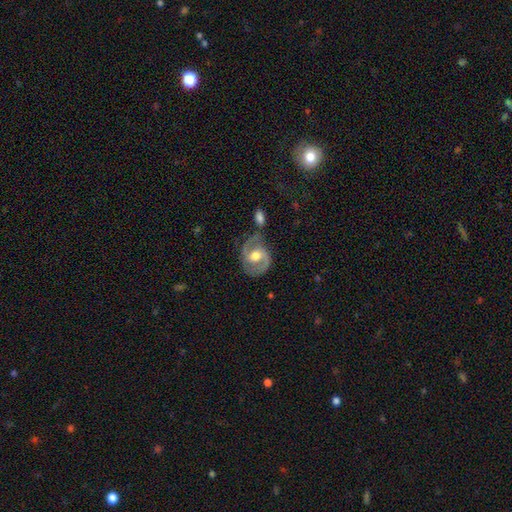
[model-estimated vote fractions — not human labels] Overall: featured or disk (82%). Edge-on disk: no (97%). Bar: weak (45%; no 40%). Spiral arms: yes (91%). Spiral arm count: 2 (90%). Spiral winding: medium (56%; tight 26%). Bulge size: moderate (73%). Merging: none (66%).